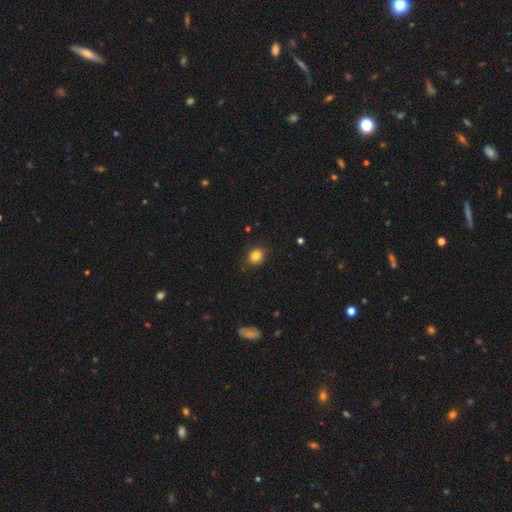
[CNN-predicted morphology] This is clearly a smooth galaxy (82%). How rounded: likely round (74%). Merging: clearly none (83%).